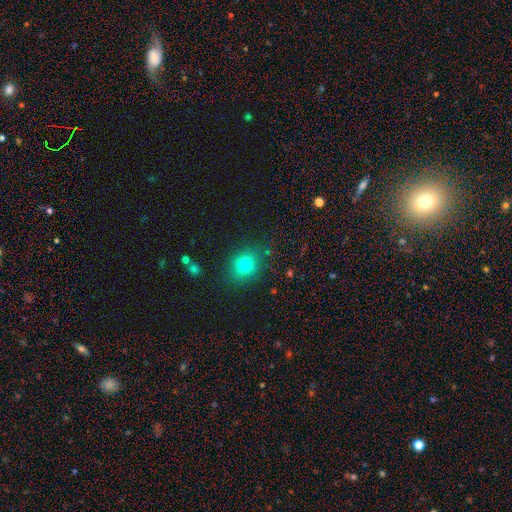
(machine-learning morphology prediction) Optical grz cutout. It shows a smooth galaxy with no disk features (68%) that is round (78%). Merging: none (87%).